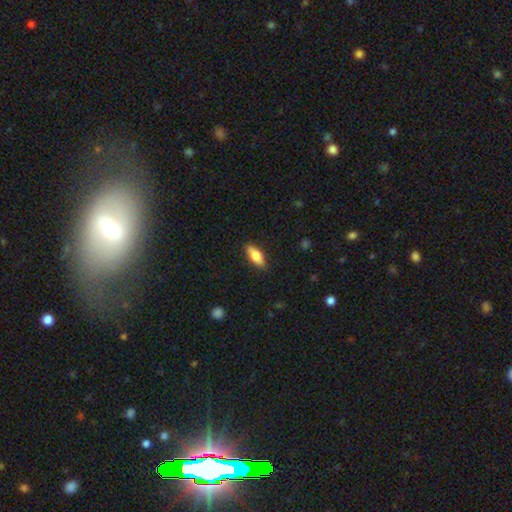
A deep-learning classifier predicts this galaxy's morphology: Smooth or featured: smooth — 72% (featured or disk — 21%)
How rounded: in between — 75% (cigar-shaped — 22%)
Merging: none — 86% (minor disturbance — 11%)